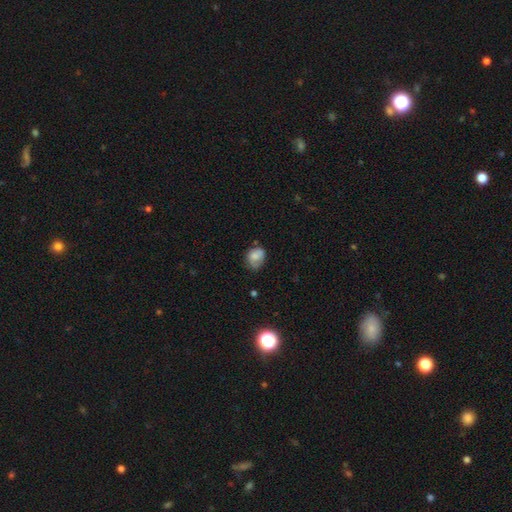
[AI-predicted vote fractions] Q: Smooth or featured?
A: smooth (71%); runner-up: featured or disk (20%)
Q: How rounded?
A: in between (54%); runner-up: round (45%)
Q: Merging?
A: none (49%); runner-up: minor disturbance (35%)